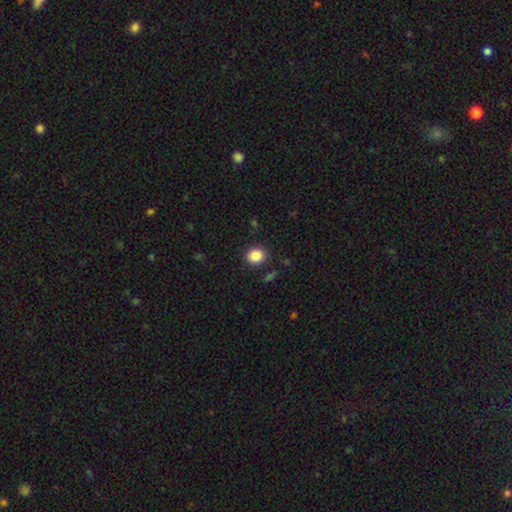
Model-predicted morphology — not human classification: A smooth galaxy with no disk features (86%) that is round (74%).

Vote fractions:
- Smooth or featured? smooth: 86% / star or artifact: 10% / featured or disk: 4%
- How rounded? round: 74% / in between: 25% / cigar-shaped: 1%
- Merging? none: 88% / minor disturbance: 8% / major disturbance: 3% / merger: 2%